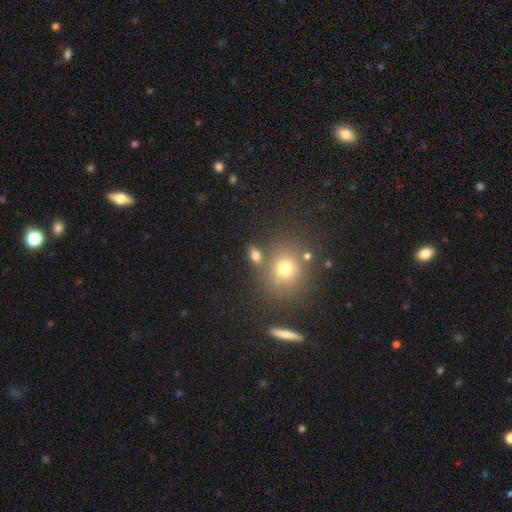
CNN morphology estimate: smooth_or_featured: smooth (p=0.74) [alt: star or artifact p=0.15]
how_rounded: in between (p=0.68) [alt: round p=0.25]
merging: none (p=0.70) [alt: merger p=0.13]